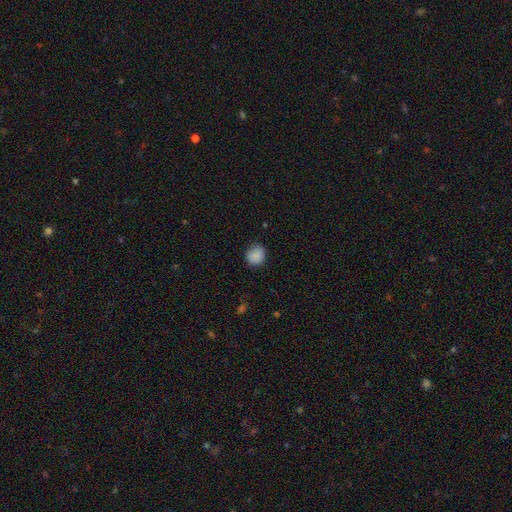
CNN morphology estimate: Smooth or featured? Predicted: smooth (p=0.87). How rounded? Predicted: round (p=0.85). Merging? Predicted: none (p=0.84).